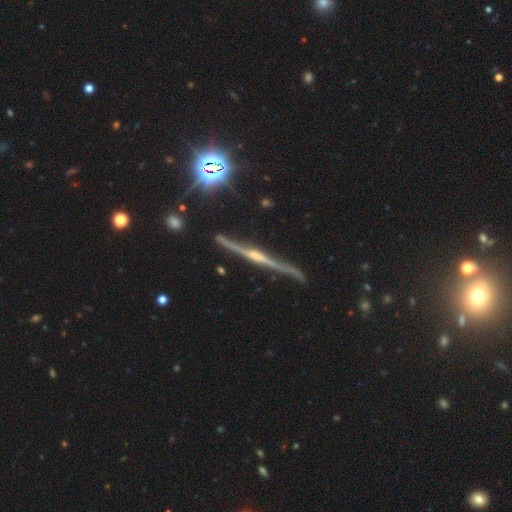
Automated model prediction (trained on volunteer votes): Q: Smooth or featured?
A: featured or disk (84%); runner-up: smooth (8%)
Q: Edge-on disk?
A: yes (98%); runner-up: no (2%)
Q: Edge-on bulge?
A: rounded (79%); runner-up: none (14%)
Q: Merging?
A: none (89%); runner-up: minor disturbance (8%)